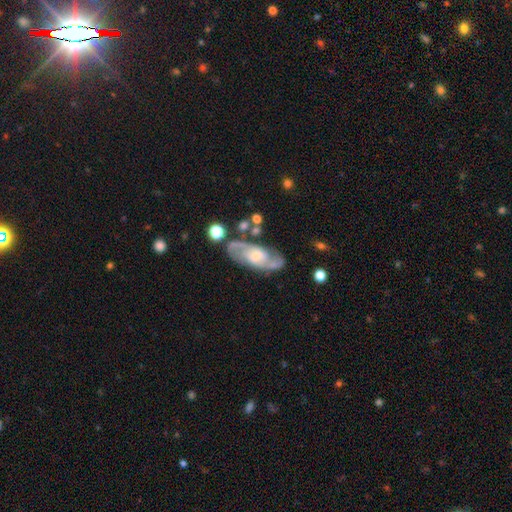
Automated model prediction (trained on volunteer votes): Smooth or featured?
  - featured or disk: 85% *
  - smooth: 9%
  - star or artifact: 5%
Edge-on disk?
  - no: 94% *
  - yes: 6%
Bar?
  - no: 50% *
  - weak: 38%
  - strong: 12%
Spiral arms?
  - yes: 96% *
  - no: 4%
Spiral winding?
  - medium: 53% *
  - tight: 30%
  - loose: 18%
Spiral arm count?
  - 2: 87% *
  - can't tell: 7%
  - 3: 3%
  - 1: 1%
  - 4: 1%
  - more than 4: 1%
Bulge size?
  - small: 50% *
  - moderate: 36%
  - none: 7%
  - large: 5%
  - dominant: 1%
Merging?
  - none: 75% *
  - minor disturbance: 15%
  - major disturbance: 5%
  - merger: 5%